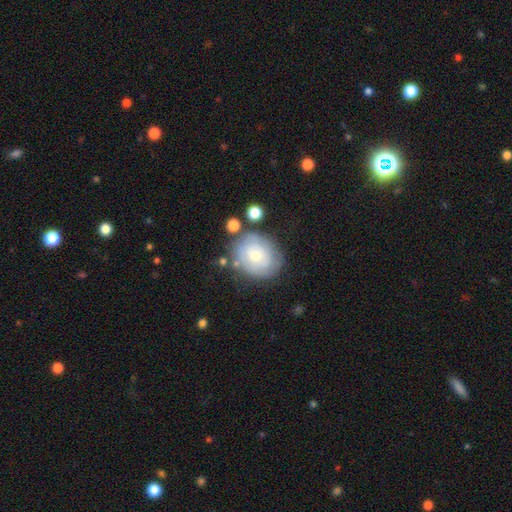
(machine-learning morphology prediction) This appears to be a smooth galaxy with no disk features (48%). Merging: none (66%).